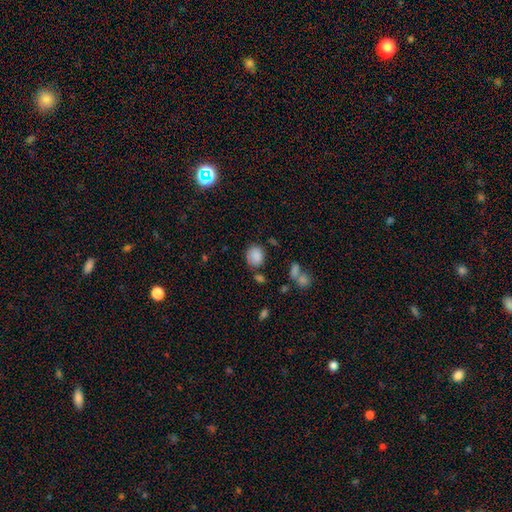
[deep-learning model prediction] The model was most divided on "how rounded": round: 59%, in between: 40%, cigar-shaped: 1%. More confident: smooth or featured — smooth (85%); merging — none (68%).